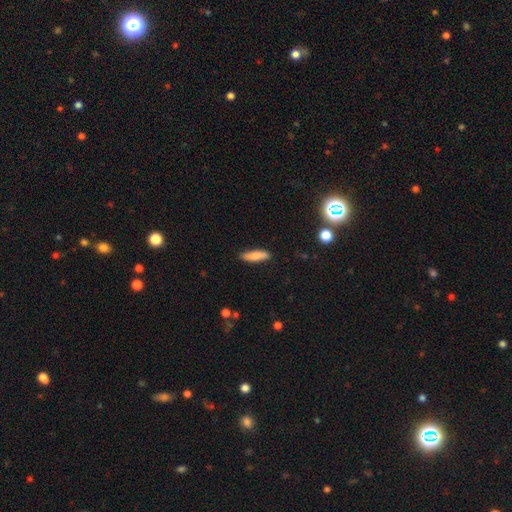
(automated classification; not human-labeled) smooth 80%, featured or disk 14%, star or artifact 6%. Down the decision tree: how rounded — cigar-shaped (64%); merging — none (86%).